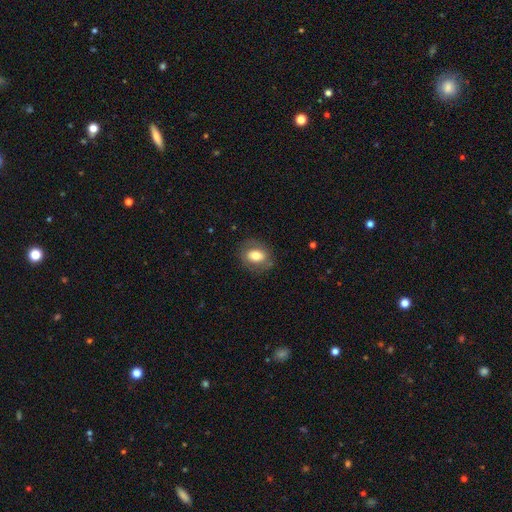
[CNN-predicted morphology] Smooth or featured? smooth (70%)
How rounded? in between (65%)
Merging? none (79%)